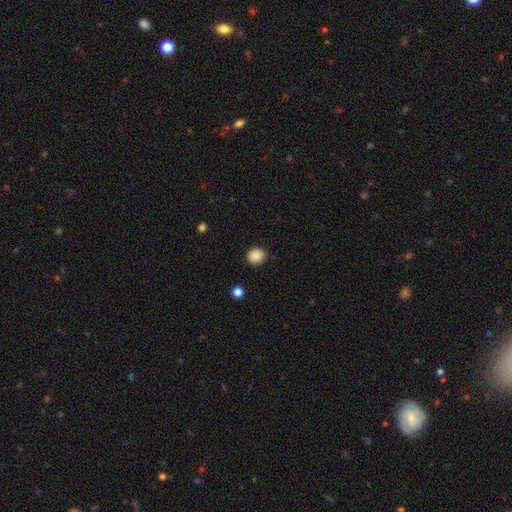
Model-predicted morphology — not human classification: Overall: smooth (88%). How rounded: round (83%). Merging: none (89%).